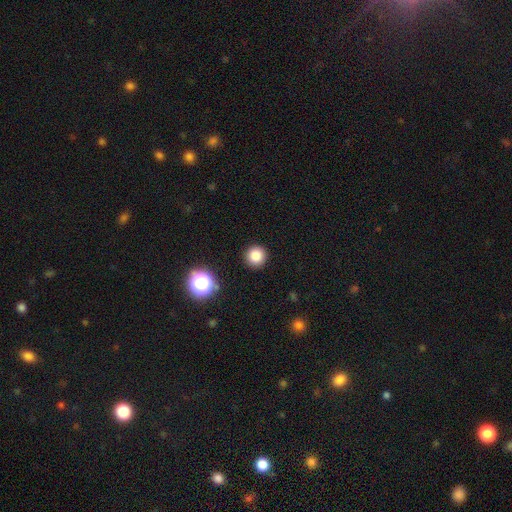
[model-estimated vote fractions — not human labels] A smooth galaxy with no disk features (83%) that is round (95%). Merging: none (92%).